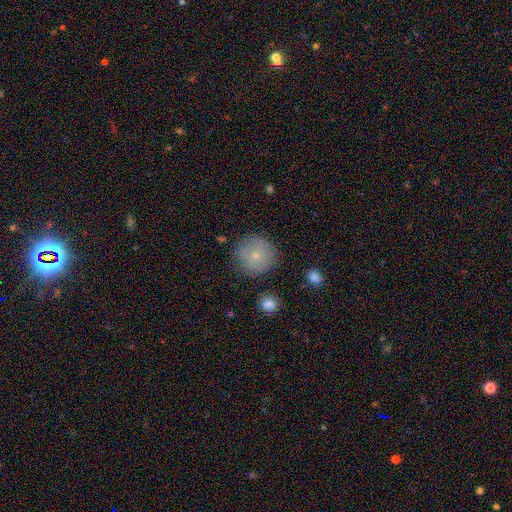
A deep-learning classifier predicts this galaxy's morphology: smooth_or_featured: smooth (p=0.76) [alt: featured or disk p=0.15]
how_rounded: round (p=0.95) [alt: in between p=0.04]
merging: none (p=0.83) [alt: minor disturbance p=0.11]